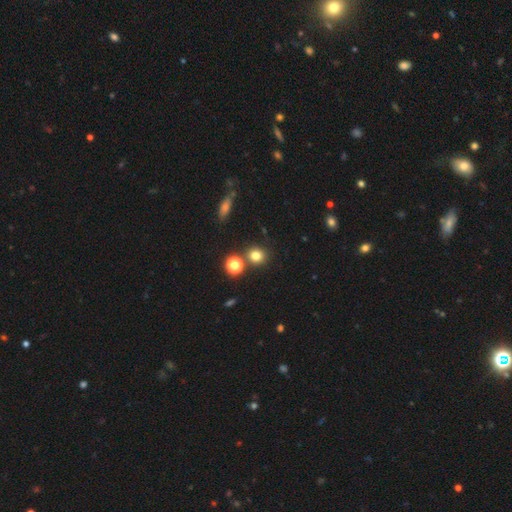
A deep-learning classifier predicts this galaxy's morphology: smooth 77%, star or artifact 16%, featured or disk 7%. Down the decision tree: how rounded — round (82%); merging — none (77%).